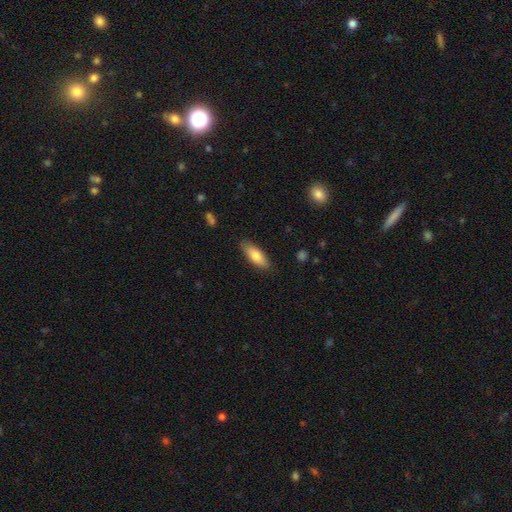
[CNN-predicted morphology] Smooth or featured?
  - smooth: 79% *
  - featured or disk: 15%
  - star or artifact: 6%
How rounded?
  - in between: 65% *
  - cigar-shaped: 33%
  - round: 2%
Merging?
  - none: 85% *
  - minor disturbance: 12%
  - major disturbance: 2%
  - merger: 1%